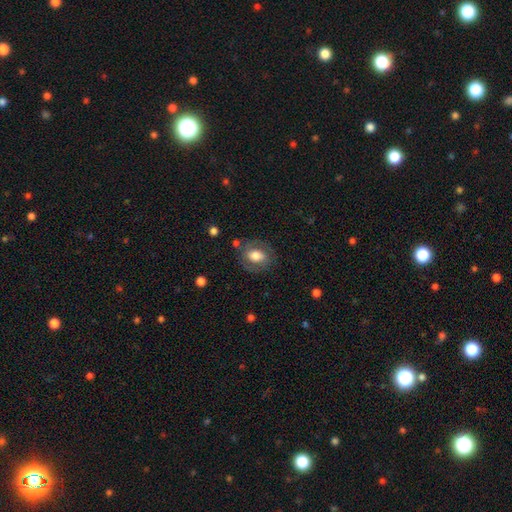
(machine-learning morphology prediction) Smooth or featured? Predicted: smooth (p=0.53). How rounded? Predicted: in between (p=0.64). Merging? Predicted: none (p=0.73).